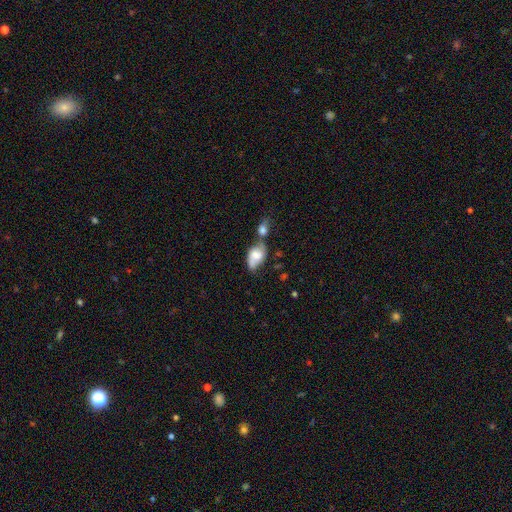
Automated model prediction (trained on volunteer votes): smooth_or_featured: smooth (p=0.58) [alt: featured or disk p=0.34]
how_rounded: in between (p=0.88) [alt: round p=0.10]
merging: merger (p=0.42) [alt: none p=0.28]